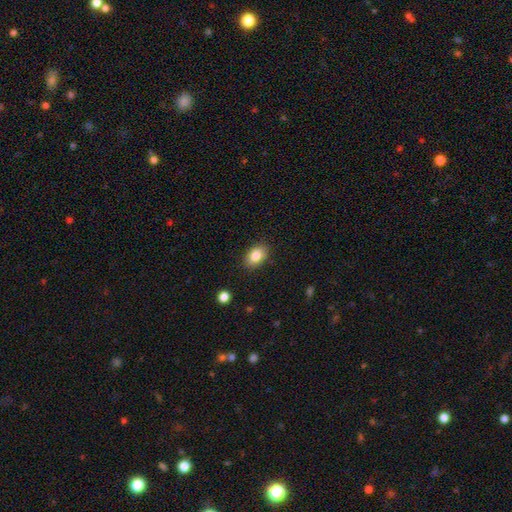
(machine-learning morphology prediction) The model was most divided on "how rounded": in between: 82%, round: 17%, cigar-shaped: 1%. More confident: merging — none (86%); smooth or featured — smooth (85%).